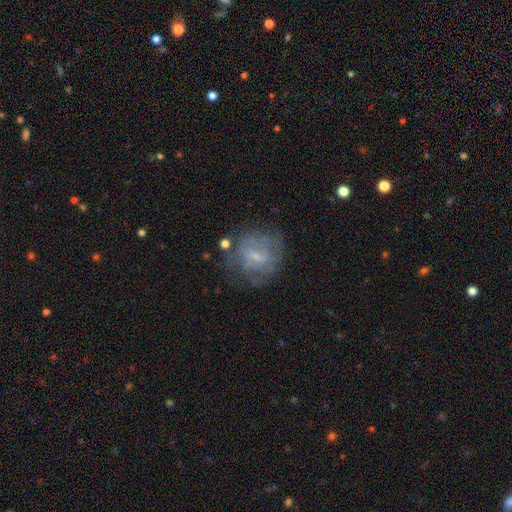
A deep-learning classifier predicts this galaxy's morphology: Smooth or featured? Predicted: featured or disk (p=0.61). Edge-on disk? Predicted: no (p=0.97). Bar? Predicted: weak (p=0.54). Spiral arms? Predicted: yes (p=0.62). Bulge size? Predicted: small (p=0.64). Merging? Predicted: none (p=0.61).